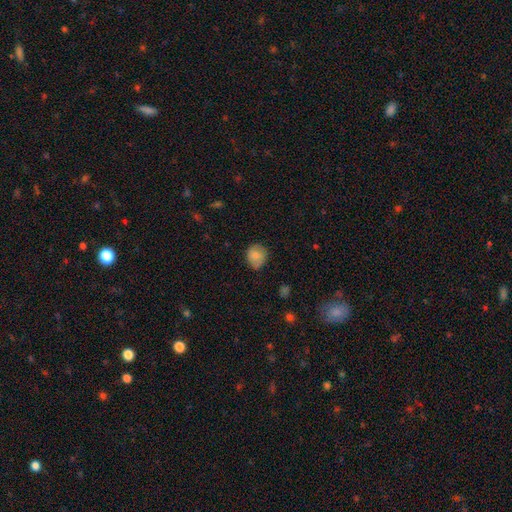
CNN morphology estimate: type=smooth (79%); roundness=round (72%); merging=none (73%).